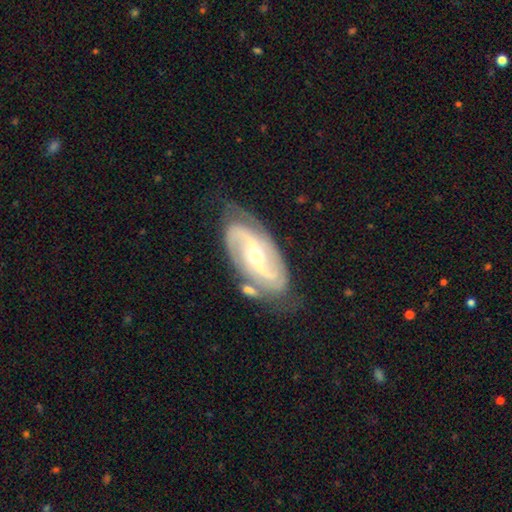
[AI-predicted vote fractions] A featured or disk galaxy (89%) with a weak bar (37%), 2 (86%) medium (47%) spiral arms (97%) and a moderate central bulge (52%). Merging: none (69%).